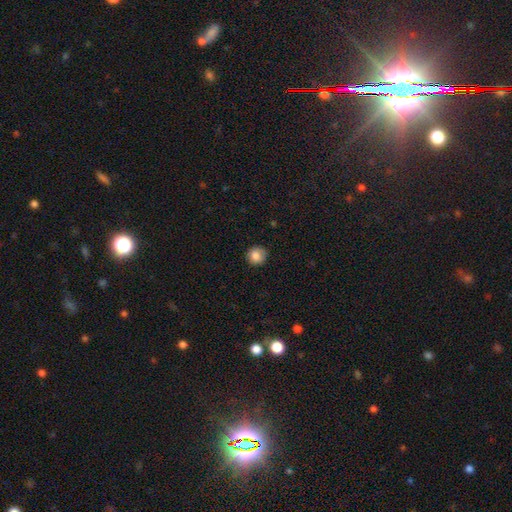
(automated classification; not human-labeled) smooth_or_featured: smooth (p=0.84) [alt: star or artifact p=0.09]
how_rounded: round (p=0.90) [alt: in between p=0.09]
merging: none (p=0.86) [alt: minor disturbance p=0.11]